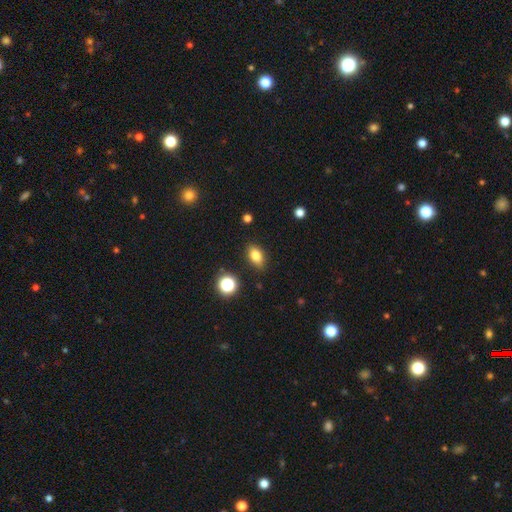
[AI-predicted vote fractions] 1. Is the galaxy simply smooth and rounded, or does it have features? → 81% smooth, 11% star or artifact, 8% featured or disk.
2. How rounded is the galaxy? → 85% in between, 12% round, 3% cigar-shaped.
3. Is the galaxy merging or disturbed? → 86% none, 9% minor disturbance, 2% major disturbance, 2% merger.